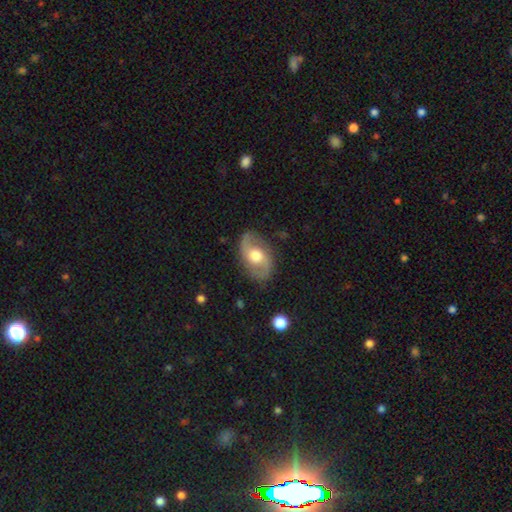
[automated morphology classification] A featured or disk galaxy (77%) with no bar (59%), 2 (92%) medium (46%) spiral arms (88%) and a moderate central bulge (66%).

Vote fractions:
- Smooth or featured? featured or disk: 77% / smooth: 18% / star or artifact: 5%
- Edge-on disk? no: 96% / yes: 4%
- Bar? no: 59% / weak: 33% / strong: 8%
- Spiral arms? yes: 88% / no: 12%
- Spiral winding? medium: 46% / loose: 39% / tight: 15%
- Spiral arm count? 2: 92% / can't tell: 4% / 1: 2% / 3: 1% / 4: 1% / more than 4: 1%
- Bulge size? moderate: 66% / large: 25% / small: 6% / dominant: 1% / none: 1%
- Merging? none: 83% / minor disturbance: 12% / major disturbance: 4% / merger: 1%